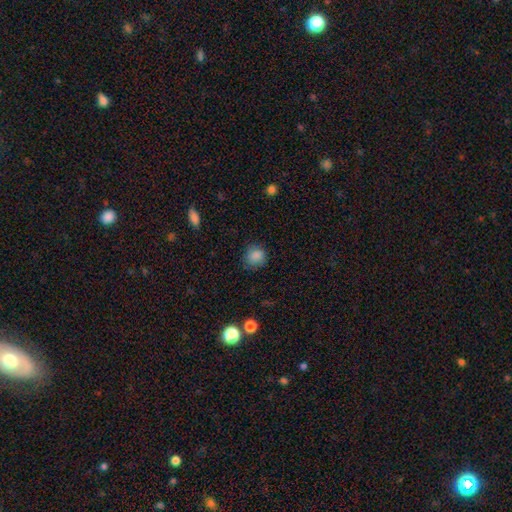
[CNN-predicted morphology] This appears to be a smooth galaxy with no disk features (85%) that is round (80%). Merging: none (78%).